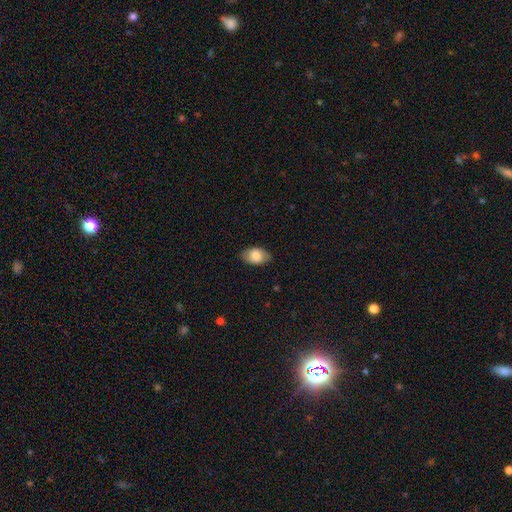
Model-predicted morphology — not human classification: type=smooth (80%); roundness=in between (90%); merging=none (83%).